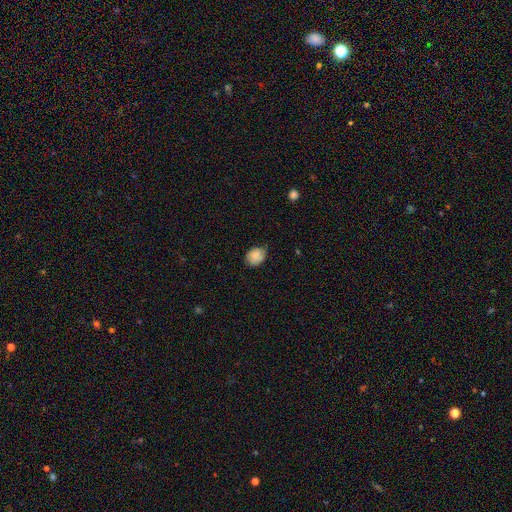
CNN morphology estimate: smooth-or-featured: smooth: 82% | featured or disk: 10% | star or artifact: 8%
  how-rounded: round: 51% | in between: 48% | cigar-shaped: 1%
  merging: none: 65% | minor disturbance: 29% | major disturbance: 5% | merger: 1%